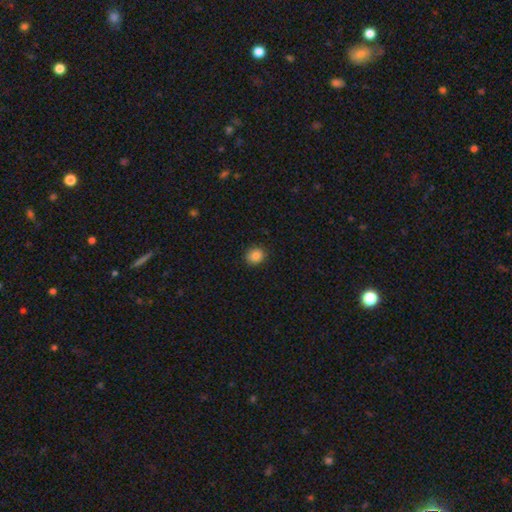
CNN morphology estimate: type=smooth (86%); roundness=round (75%); merging=none (89%).